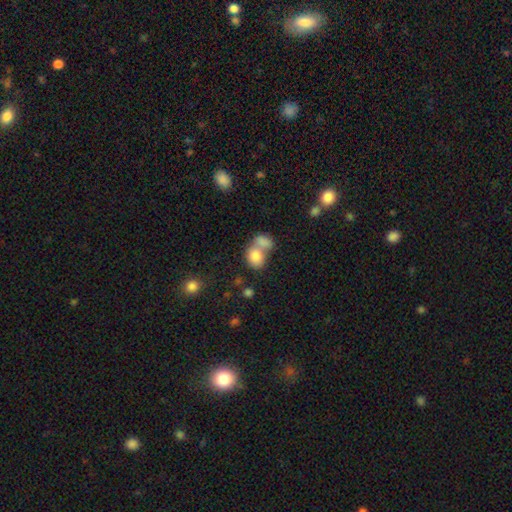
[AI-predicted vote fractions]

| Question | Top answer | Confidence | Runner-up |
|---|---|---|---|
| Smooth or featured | smooth | 80% | featured or disk (11%) |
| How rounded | in between | 57% | round (42%) |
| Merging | merger | 62% | none (25%) |